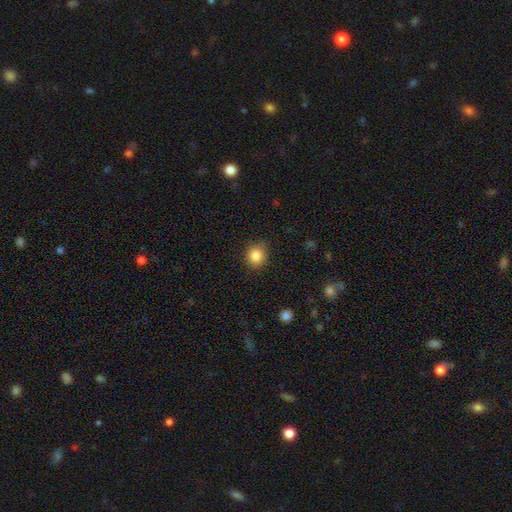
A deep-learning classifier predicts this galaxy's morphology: smooth 85%, star or artifact 10%, featured or disk 5%. Down the decision tree: how rounded — round (84%); merging — none (85%).